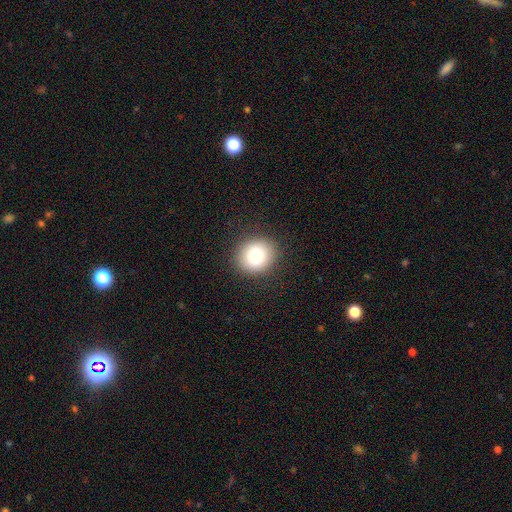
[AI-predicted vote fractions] This is clearly a smooth galaxy (82%). How rounded: likely round (79%). Merging: clearly none (90%).